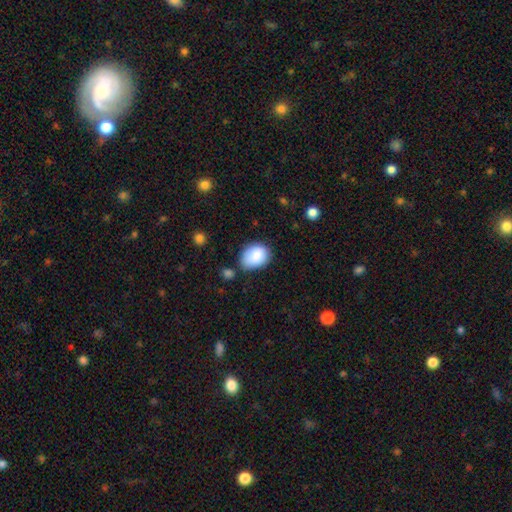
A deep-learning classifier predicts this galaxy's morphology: A smooth galaxy with no disk features (86%) that is in between round and cigar-shaped (69%).

Vote fractions:
- Smooth or featured? smooth: 86% / star or artifact: 7% / featured or disk: 7%
- How rounded? in between: 69% / round: 30% / cigar-shaped: 1%
- Merging? none: 61% / minor disturbance: 27% / merger: 7% / major disturbance: 6%